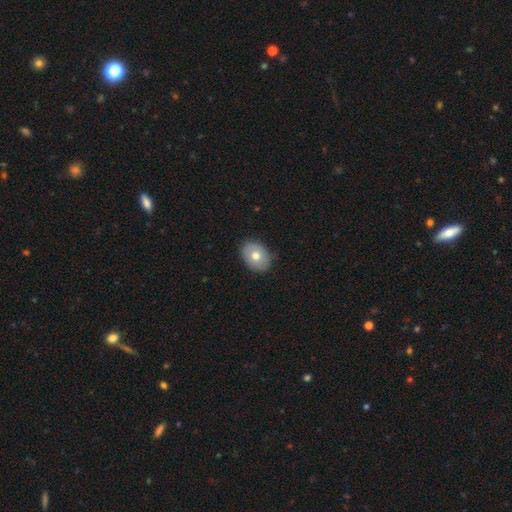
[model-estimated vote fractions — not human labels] Morphology: type=smooth (71%); roundness=in between (72%); merging=none (86%).